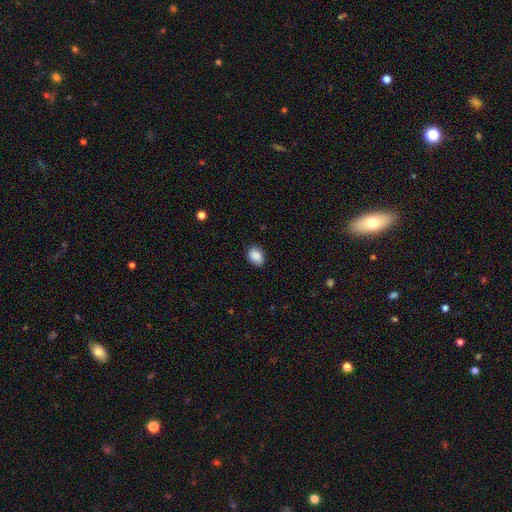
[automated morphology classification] smooth_or_featured: smooth (p=0.89) [alt: star or artifact p=0.07]
how_rounded: in between (p=0.74) [alt: round p=0.25]
merging: none (p=0.85) [alt: minor disturbance p=0.12]